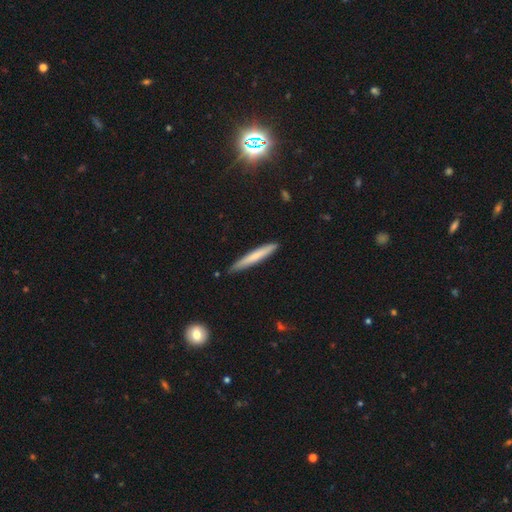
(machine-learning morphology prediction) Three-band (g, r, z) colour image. It shows a smooth galaxy with no disk features (67%) that is cigar-shaped (96%). Merging: none (85%).